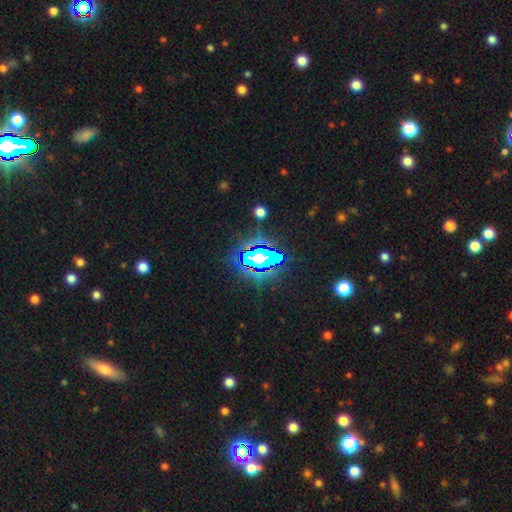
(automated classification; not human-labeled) Morphology: type=star or artifact (78%).